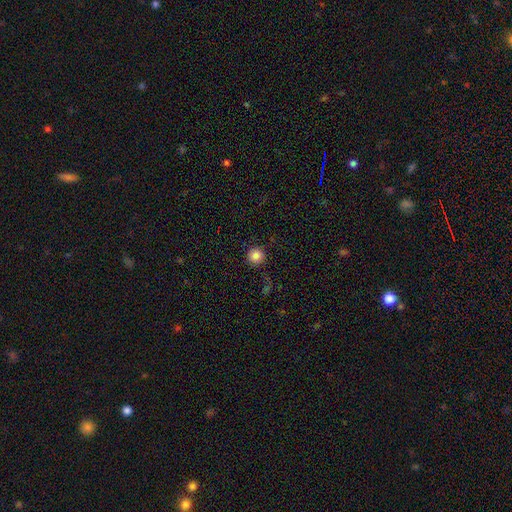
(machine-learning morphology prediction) Smooth or featured?
  - smooth: 85% *
  - star or artifact: 11%
  - featured or disk: 4%
How rounded?
  - round: 95% *
  - in between: 4%
  - cigar-shaped: 1%
Merging?
  - none: 89% *
  - minor disturbance: 8%
  - major disturbance: 2%
  - merger: 1%